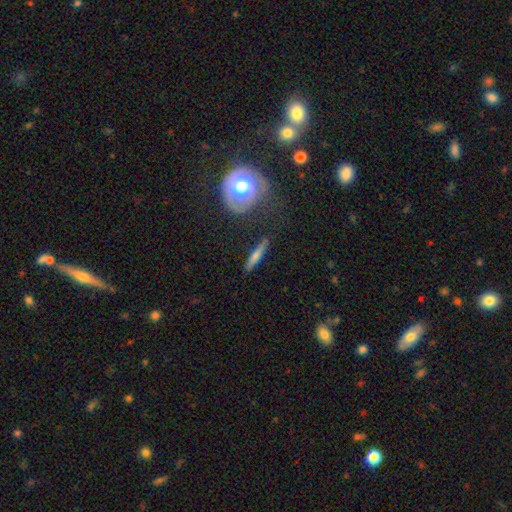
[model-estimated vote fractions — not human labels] This is possibly a smooth galaxy (59%). How rounded: clearly cigar-shaped (90%). Merging: clearly none (83%).